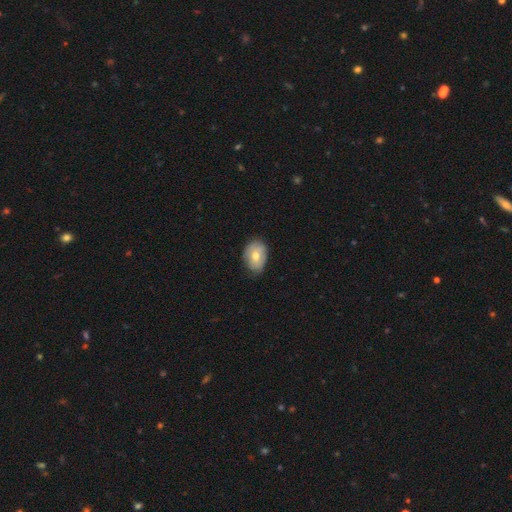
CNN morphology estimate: This is likely a smooth galaxy (63%). How rounded: likely in between (71%). Merging: likely none (70%).